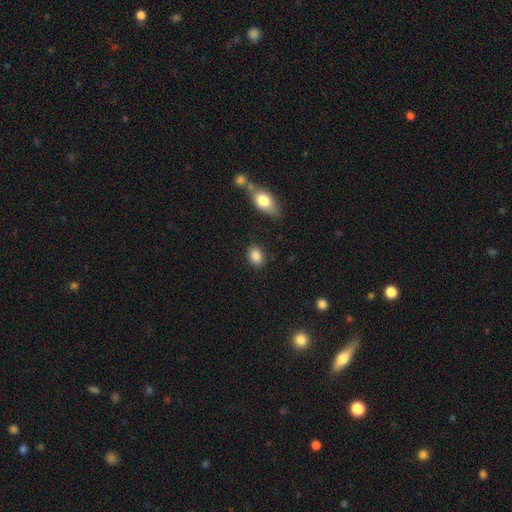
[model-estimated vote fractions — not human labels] This is clearly a smooth galaxy (87%). How rounded: likely in between (71%). Merging: clearly none (85%).